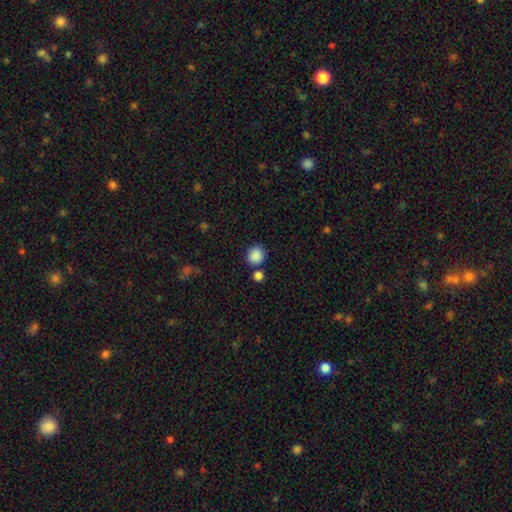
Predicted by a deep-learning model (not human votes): Smooth or featured?
  - smooth: 88% *
  - star or artifact: 9%
  - featured or disk: 3%
How rounded?
  - round: 83% *
  - in between: 16%
  - cigar-shaped: 1%
Merging?
  - none: 75% *
  - merger: 11%
  - minor disturbance: 10%
  - major disturbance: 3%